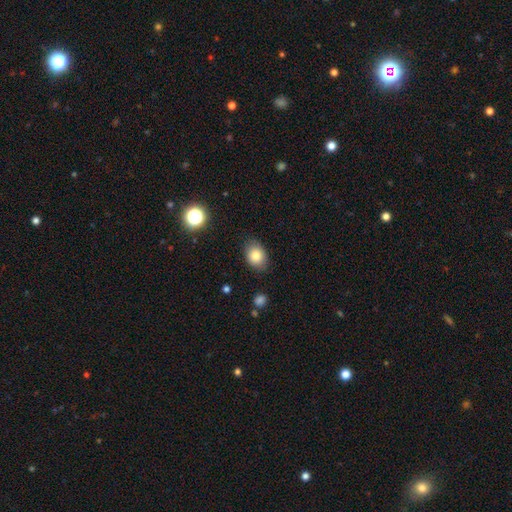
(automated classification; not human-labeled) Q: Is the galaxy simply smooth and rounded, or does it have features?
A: smooth — 81%.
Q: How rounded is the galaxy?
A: in between — 68%.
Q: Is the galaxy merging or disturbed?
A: none — 82%.